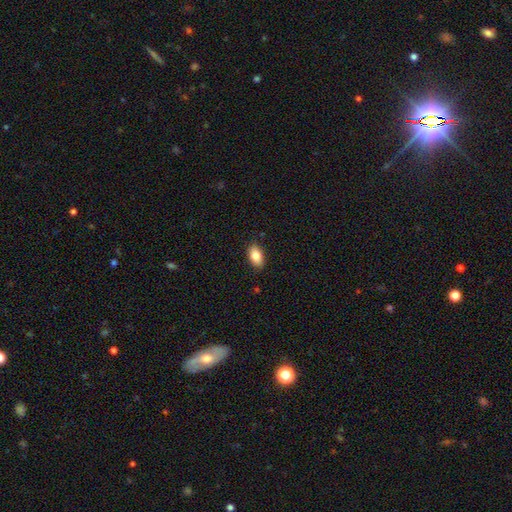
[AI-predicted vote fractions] Morphology: type=smooth (82%); roundness=in between (90%); merging=none (86%).